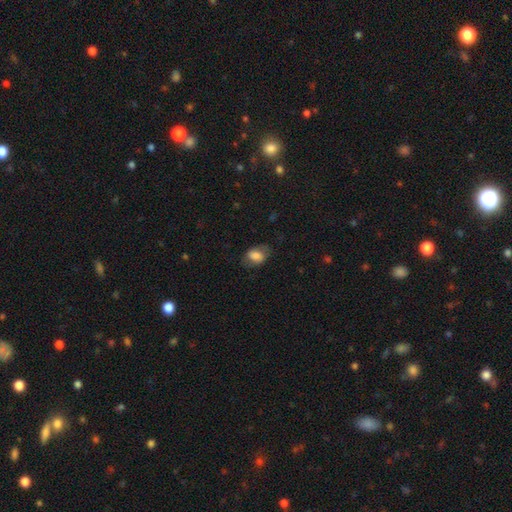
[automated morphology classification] Q: Smooth or featured?
A: smooth (77%); runner-up: featured or disk (15%)
Q: How rounded?
A: in between (79%); runner-up: round (20%)
Q: Merging?
A: none (65%); runner-up: minor disturbance (23%)